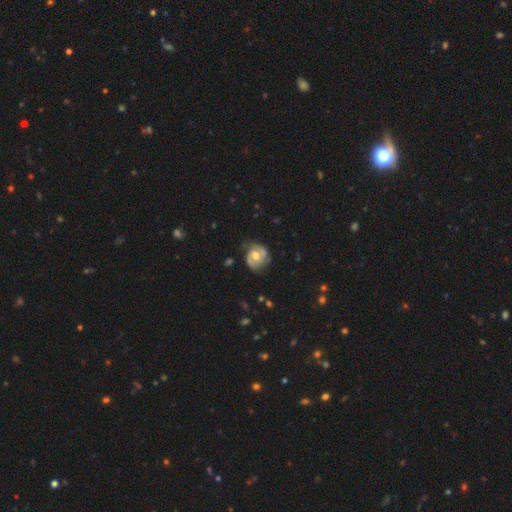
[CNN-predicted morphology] The model was most divided on "spiral winding": tight: 45%, medium: 40%, loose: 14%. More confident: edge-on disk — no (97%); spiral arms — yes (88%); spiral arm count — 2 (80%); bulge size — moderate (74%); smooth or featured — featured or disk (73%); merging — none (71%); bar — no (50%).